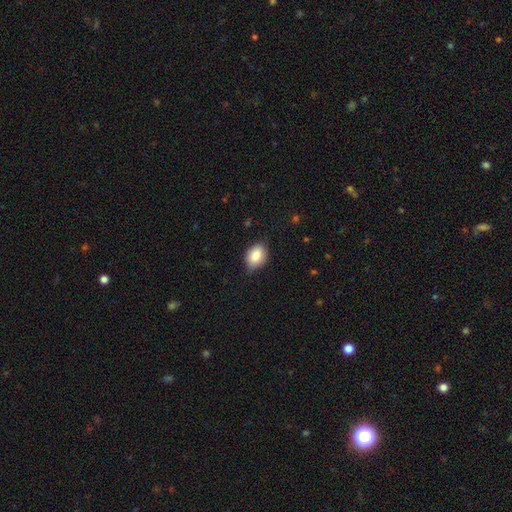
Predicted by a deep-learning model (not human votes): Smooth or featured? smooth (85%)
How rounded? in between (76%)
Merging? none (74%)